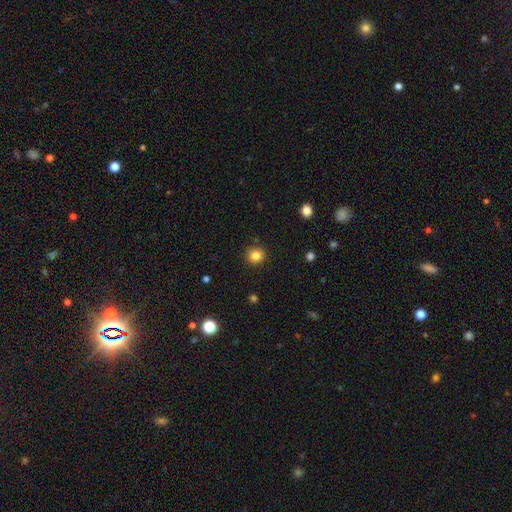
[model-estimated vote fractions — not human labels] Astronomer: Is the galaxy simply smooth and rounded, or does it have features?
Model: smooth — 84%.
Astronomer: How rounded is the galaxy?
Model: round — 90%.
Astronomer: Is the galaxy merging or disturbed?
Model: none — 90%.